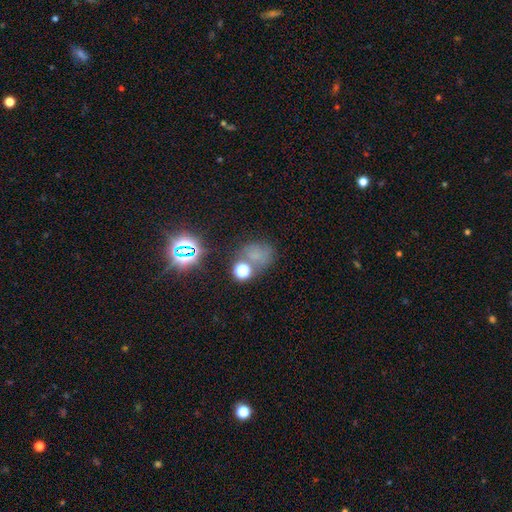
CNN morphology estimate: type=smooth (50%); merging=none (53%).